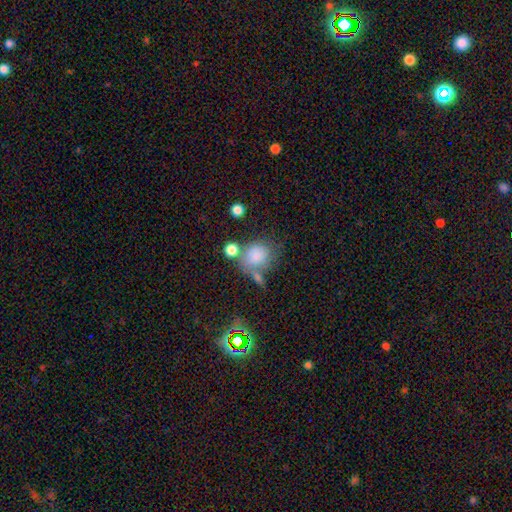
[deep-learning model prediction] Q: Smooth or featured?
A: smooth (78%); runner-up: featured or disk (11%)
Q: How rounded?
A: round (61%); runner-up: in between (37%)
Q: Merging?
A: none (42%); runner-up: merger (27%)